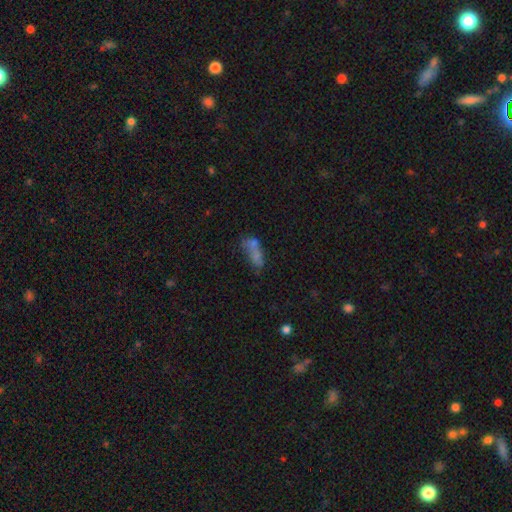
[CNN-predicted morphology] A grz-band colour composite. It shows a smooth galaxy with no disk features (60%) that is in between round and cigar-shaped (64%). Merging: merger (42%).